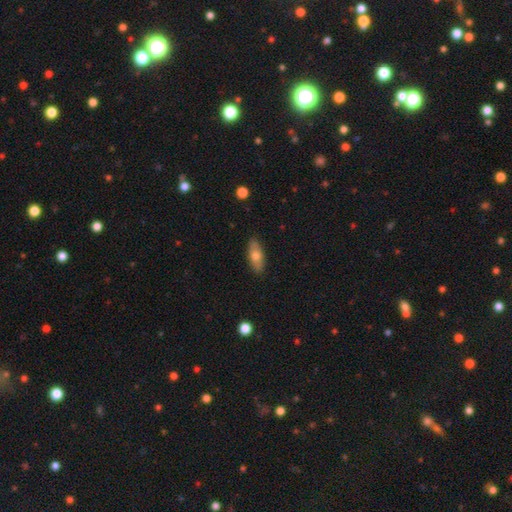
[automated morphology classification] Overall: smooth (69%). How rounded: in between (83%). Merging: none (87%).